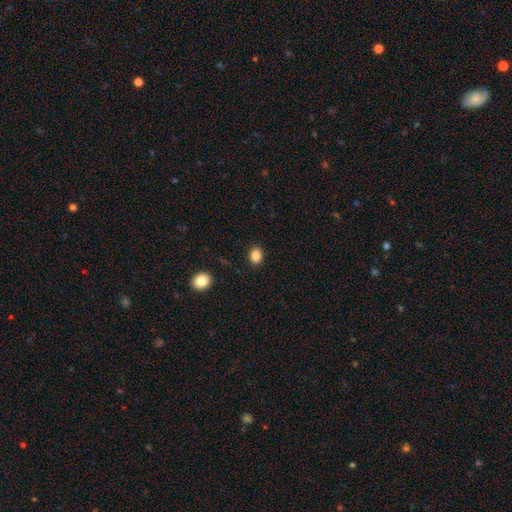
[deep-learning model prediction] A smooth galaxy with no disk features (86%) that is in between round and cigar-shaped (56%).

Vote fractions:
- Smooth or featured? smooth: 86% / star or artifact: 10% / featured or disk: 4%
- How rounded? in between: 56% / round: 43% / cigar-shaped: 1%
- Merging? none: 89% / minor disturbance: 7% / major disturbance: 2% / merger: 1%